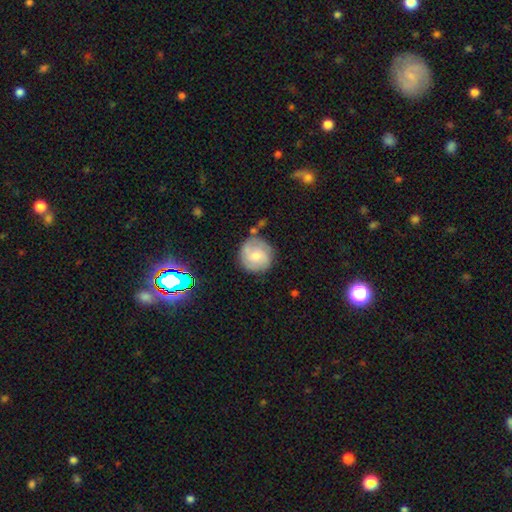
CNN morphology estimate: Smooth or featured?
  - smooth: 47% *
  - featured or disk: 46%
  - star or artifact: 7%
Merging?
  - none: 72% *
  - minor disturbance: 18%
  - major disturbance: 6%
  - merger: 5%